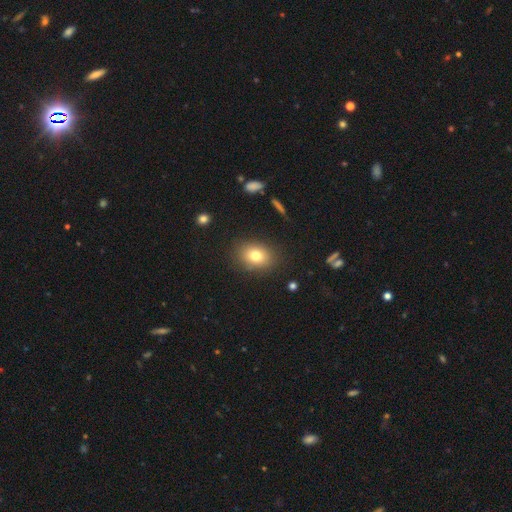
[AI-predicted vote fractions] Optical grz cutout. It shows a smooth galaxy with no disk features (77%) that is in between round and cigar-shaped (62%). Merging: none (86%).